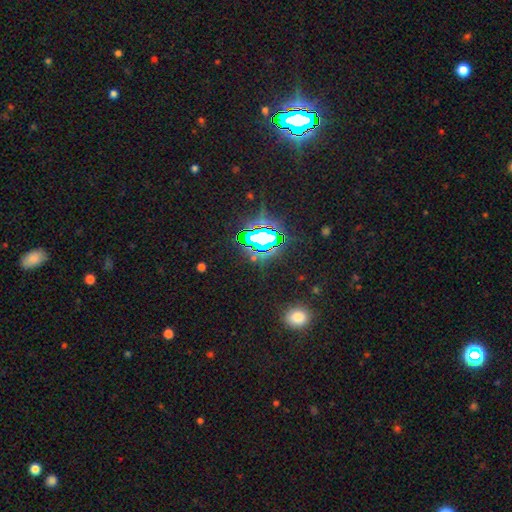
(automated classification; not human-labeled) This appears to be a star or artifact, not a galaxy (77%).